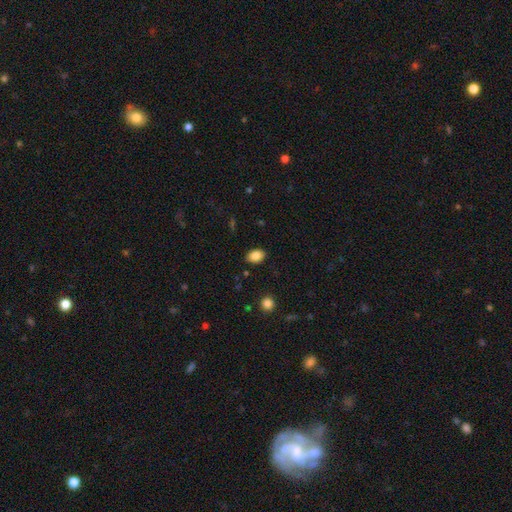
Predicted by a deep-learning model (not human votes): Smooth or featured: smooth — 86% (star or artifact — 9%)
How rounded: in between — 83% (round — 16%)
Merging: none — 87% (minor disturbance — 9%)